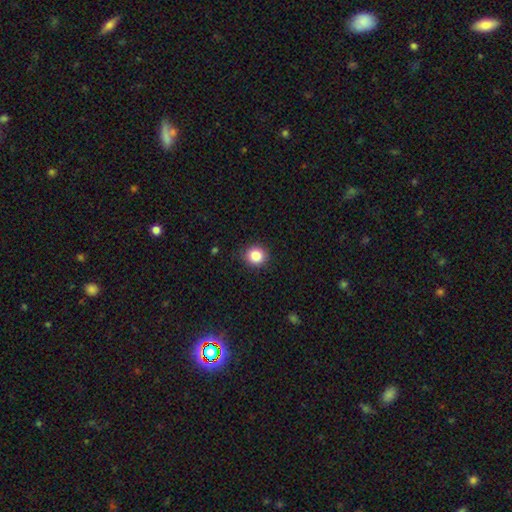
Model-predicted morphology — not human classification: Q: Smooth or featured?
A: smooth (86%); runner-up: star or artifact (10%)
Q: How rounded?
A: round (86%); runner-up: in between (13%)
Q: Merging?
A: none (89%); runner-up: minor disturbance (8%)